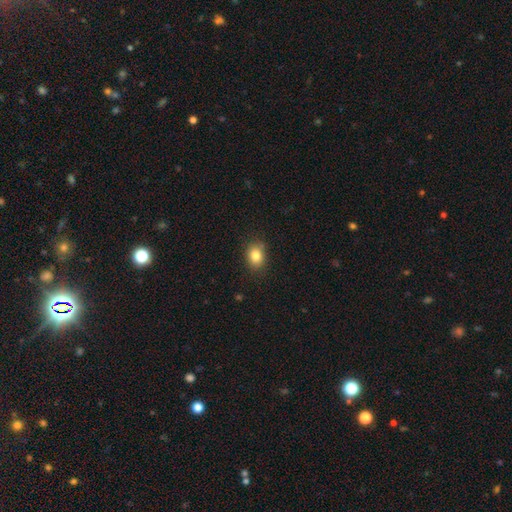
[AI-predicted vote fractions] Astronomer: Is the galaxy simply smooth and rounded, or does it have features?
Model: smooth — 84%.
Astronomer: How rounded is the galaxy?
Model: in between — 56% (runner-up: round, 43%).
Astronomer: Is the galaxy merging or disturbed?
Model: none — 82%.